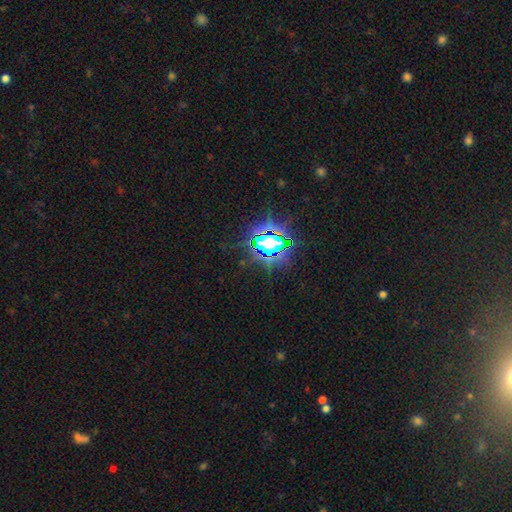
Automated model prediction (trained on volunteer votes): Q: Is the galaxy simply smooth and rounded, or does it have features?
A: star or artifact — 82%.